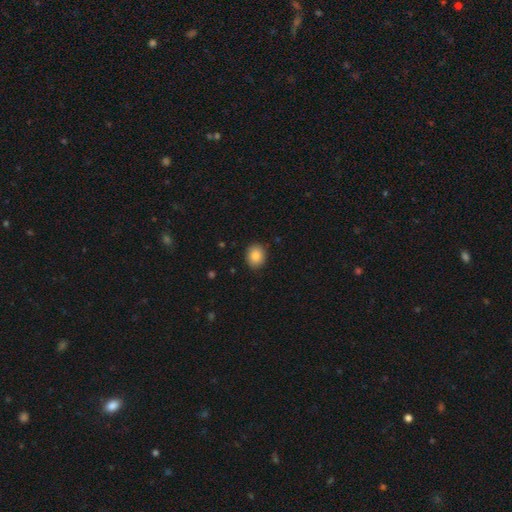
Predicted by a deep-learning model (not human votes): This is clearly a smooth galaxy (87%). How rounded: possibly round (53%). Merging: clearly none (89%).